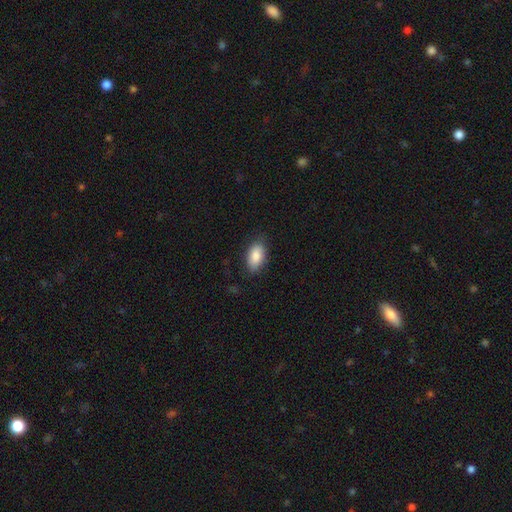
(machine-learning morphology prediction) type=smooth (87%); roundness=in between (93%); merging=none (82%).